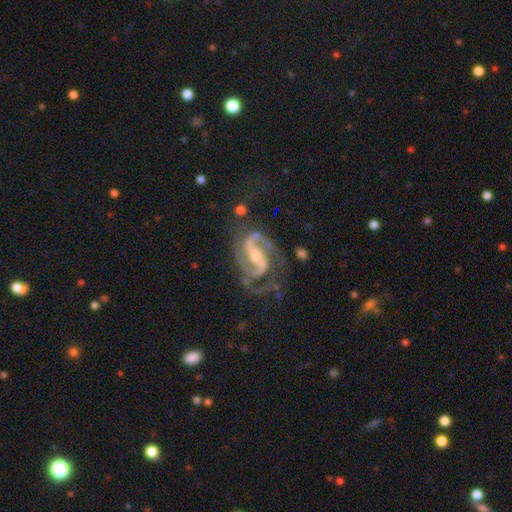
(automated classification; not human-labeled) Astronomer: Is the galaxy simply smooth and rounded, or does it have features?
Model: featured or disk — 91%.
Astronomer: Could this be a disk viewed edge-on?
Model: no — 97%.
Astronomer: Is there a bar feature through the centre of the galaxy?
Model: strong — 53% (runner-up: weak, 35%).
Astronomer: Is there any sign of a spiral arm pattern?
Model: yes — 98%.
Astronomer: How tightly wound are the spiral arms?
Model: medium — 57%.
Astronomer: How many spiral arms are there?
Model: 2 — 88%.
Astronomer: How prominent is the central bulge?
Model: small — 49% (runner-up: moderate, 43%).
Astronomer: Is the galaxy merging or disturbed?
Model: none — 58%.